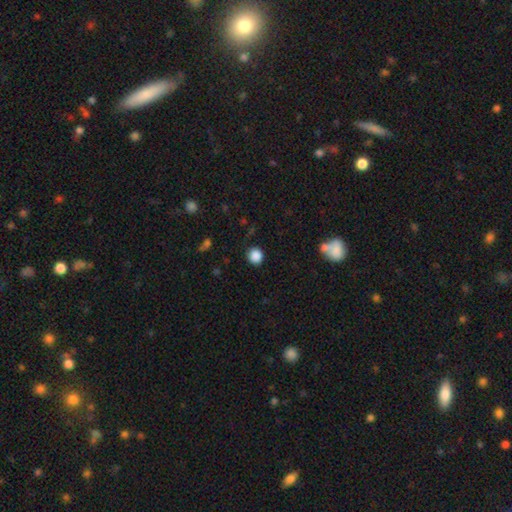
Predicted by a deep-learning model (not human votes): Morphology: type=smooth (87%); roundness=round (90%); merging=none (88%).